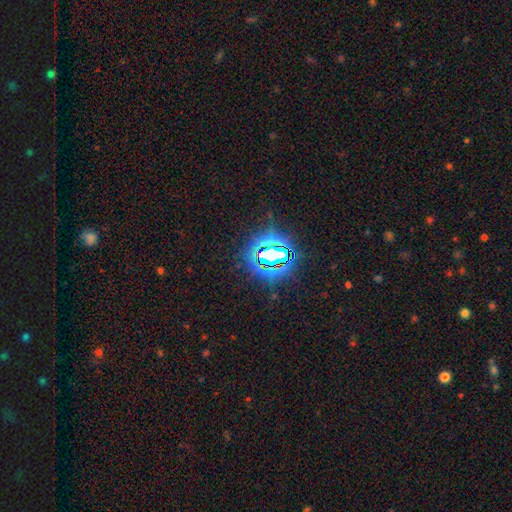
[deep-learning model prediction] The model was most divided on "smooth or featured": star or artifact: 82%, smooth: 12%, featured or disk: 6%.